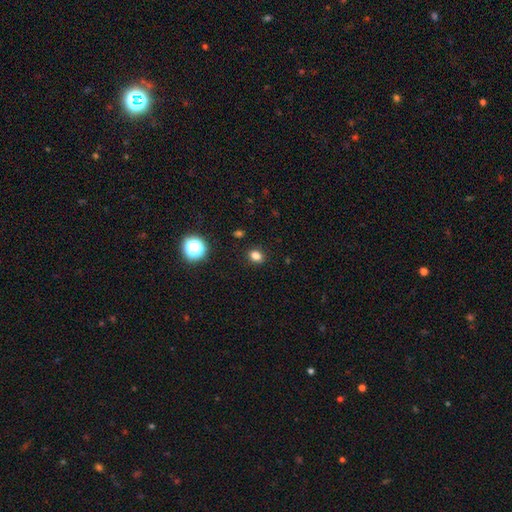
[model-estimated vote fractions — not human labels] Morphology: type=smooth (80%); roundness=in between (51%); merging=none (89%).